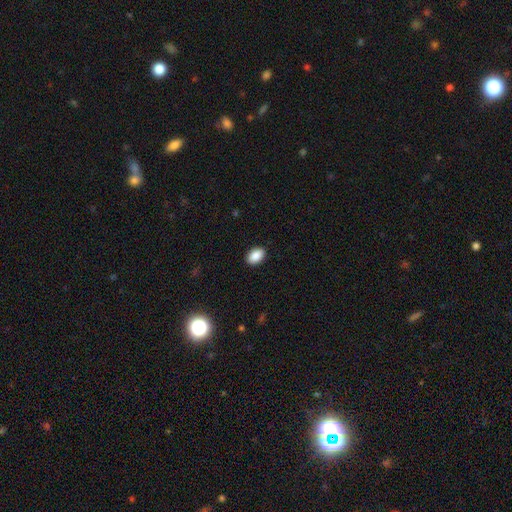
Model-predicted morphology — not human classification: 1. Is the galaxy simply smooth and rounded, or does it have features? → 88% smooth, 8% star or artifact, 4% featured or disk.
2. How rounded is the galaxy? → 88% in between, 10% round, 1% cigar-shaped.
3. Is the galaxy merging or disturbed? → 90% none, 7% minor disturbance, 2% major disturbance, 1% merger.